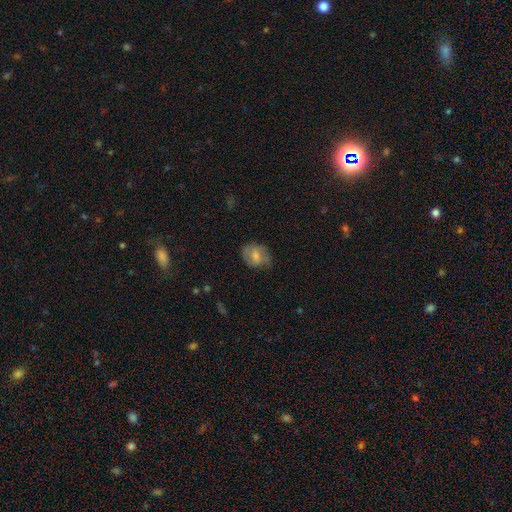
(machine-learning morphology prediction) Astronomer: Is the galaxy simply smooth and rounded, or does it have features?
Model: smooth — 54% (runner-up: featured or disk, 38%).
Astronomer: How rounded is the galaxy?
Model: in between — 57% (runner-up: round, 41%).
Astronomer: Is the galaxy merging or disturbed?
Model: none — 62%.